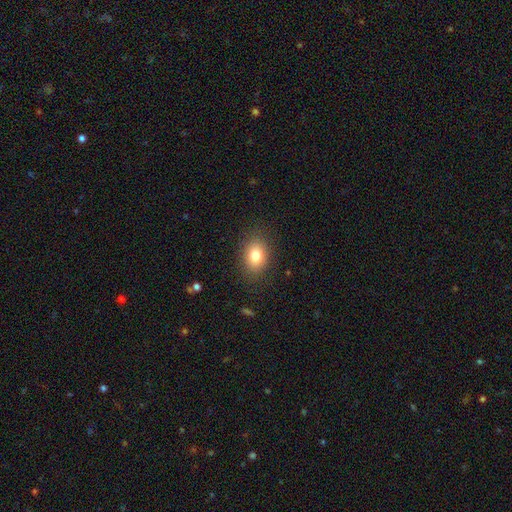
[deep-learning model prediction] A smooth galaxy with no disk features (80%) that is in between round and cigar-shaped (70%). Merging: none (86%).